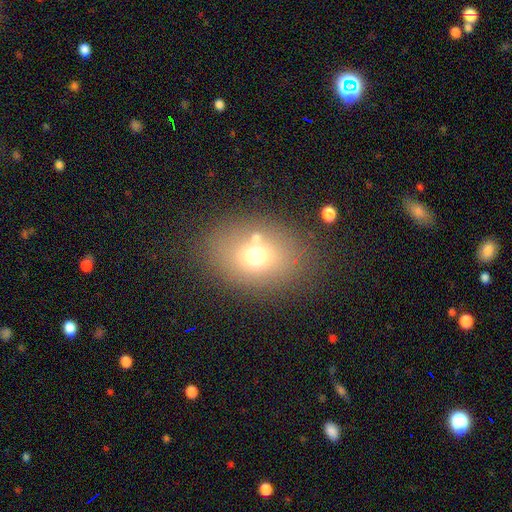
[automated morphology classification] Q: Smooth or featured?
A: smooth (67%); runner-up: featured or disk (17%)
Q: How rounded?
A: in between (64%); runner-up: round (35%)
Q: Merging?
A: none (73%); runner-up: minor disturbance (12%)